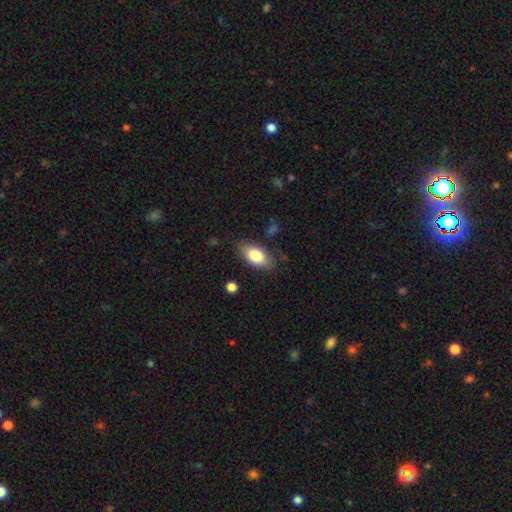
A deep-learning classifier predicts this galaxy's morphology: smooth_or_featured: smooth (p=0.80) [alt: featured or disk p=0.13]
how_rounded: in between (p=0.90) [alt: cigar-shaped p=0.05]
merging: none (p=0.79) [alt: minor disturbance p=0.15]